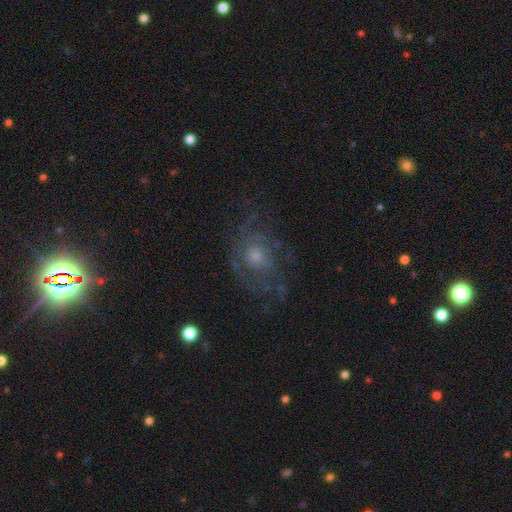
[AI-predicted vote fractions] The model was most divided on "bulge size": moderate: 47%, small: 42%, large: 6%, none: 4%, dominant: 1%. More confident: edge-on disk — no (96%); bar — no (82%); spiral arms — yes (77%); merging — none (65%); smooth or featured — featured or disk (64%).